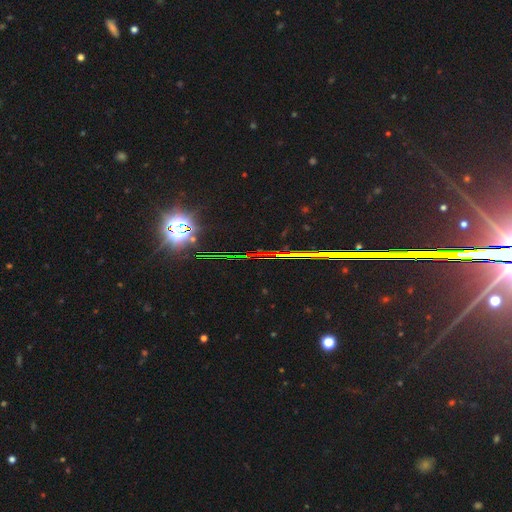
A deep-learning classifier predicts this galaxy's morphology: smooth_or_featured: star or artifact (p=0.84) [alt: featured or disk p=0.08]